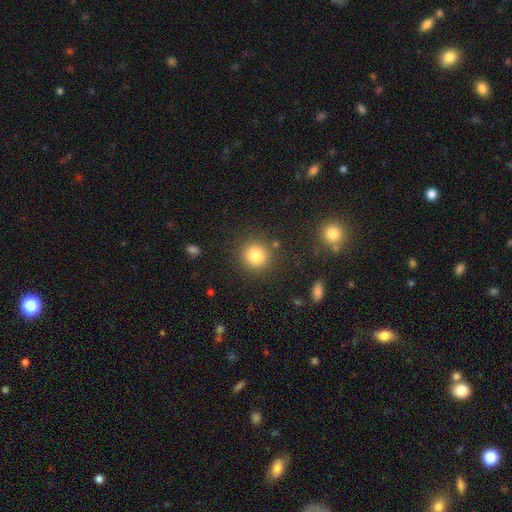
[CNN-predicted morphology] Smooth or featured: smooth — 81% (star or artifact — 12%)
How rounded: round — 91% (in between — 8%)
Merging: none — 86% (minor disturbance — 8%)